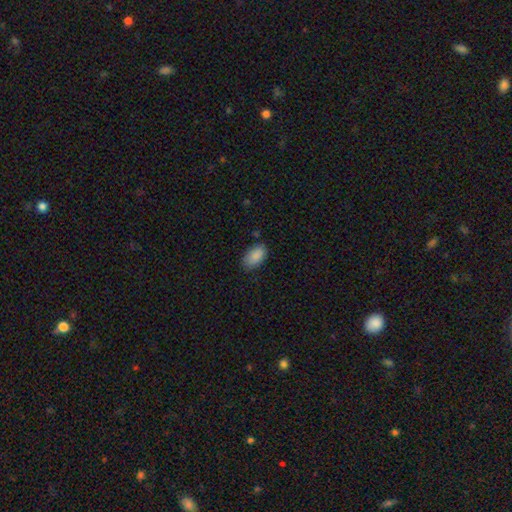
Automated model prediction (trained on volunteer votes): This appears to be a smooth galaxy with no disk features (89%) that is in between round and cigar-shaped (94%). Merging: none (82%).